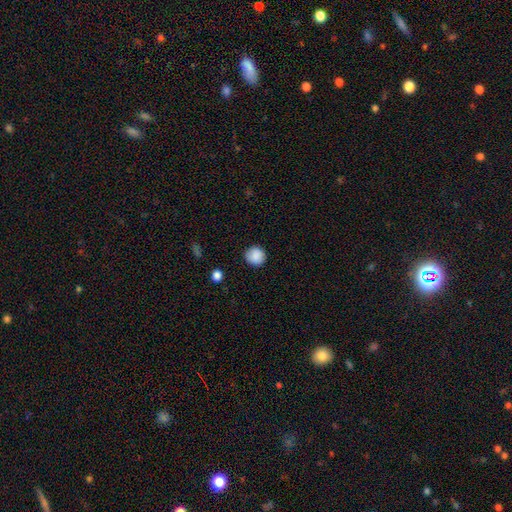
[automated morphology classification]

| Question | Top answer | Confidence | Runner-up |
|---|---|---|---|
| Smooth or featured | smooth | 88% | star or artifact (8%) |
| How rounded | round | 91% | in between (8%) |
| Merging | none | 87% | minor disturbance (9%) |